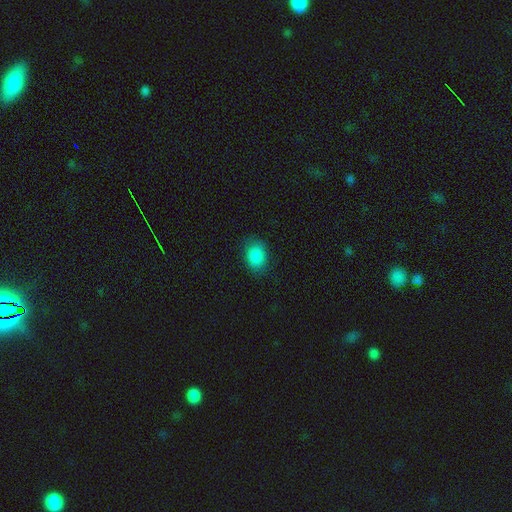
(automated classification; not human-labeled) Smooth or featured: smooth — 87% (star or artifact — 9%)
How rounded: in between — 65% (round — 34%)
Merging: none — 82% (minor disturbance — 14%)